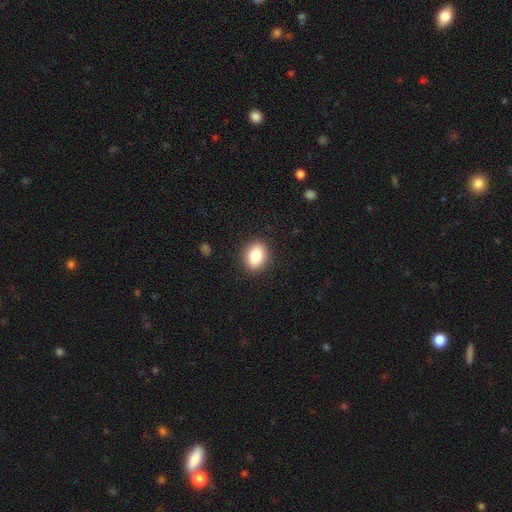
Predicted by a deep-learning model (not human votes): Smooth or featured? smooth (84%)
How rounded? in between (67%)
Merging? none (90%)